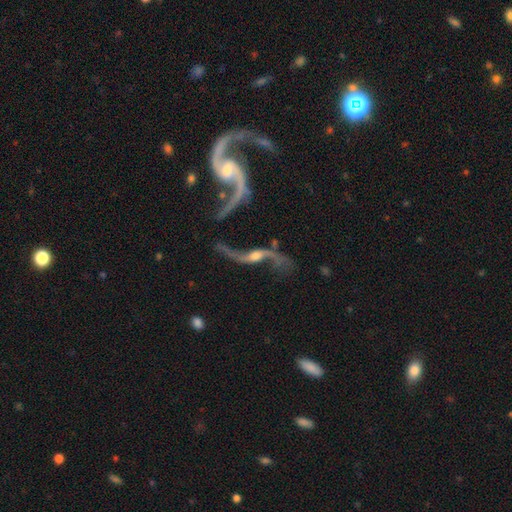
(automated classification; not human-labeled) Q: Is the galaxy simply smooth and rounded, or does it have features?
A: featured or disk — 89%.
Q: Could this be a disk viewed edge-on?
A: no — 89%.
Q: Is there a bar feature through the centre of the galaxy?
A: no — 47%.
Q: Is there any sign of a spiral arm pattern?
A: yes — 94%.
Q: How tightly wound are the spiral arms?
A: loose — 94%.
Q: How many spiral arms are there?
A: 2 — 93%.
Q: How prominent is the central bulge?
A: moderate — 45%.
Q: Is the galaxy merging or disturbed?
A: none — 57%.